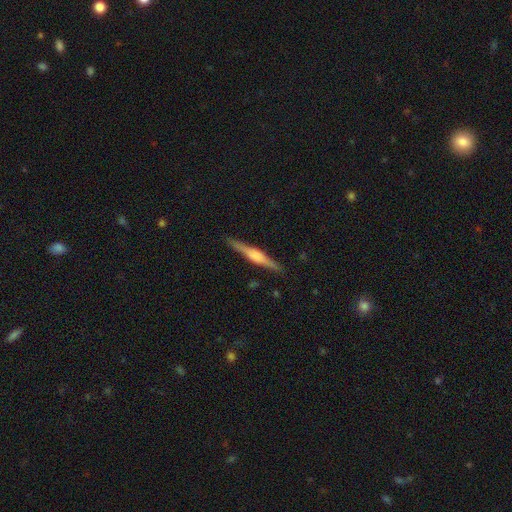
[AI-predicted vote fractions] A featured or disk galaxy (68%) viewed edge-on (98%) with a rounded central bulge (65%).

Vote fractions:
- Smooth or featured? featured or disk: 68% / smooth: 27% / star or artifact: 5%
- Edge-on disk? yes: 98% / no: 2%
- Edge-on bulge? rounded: 65% / boxy: 27% / none: 8%
- Merging? none: 89% / minor disturbance: 8% / major disturbance: 2% / merger: 1%